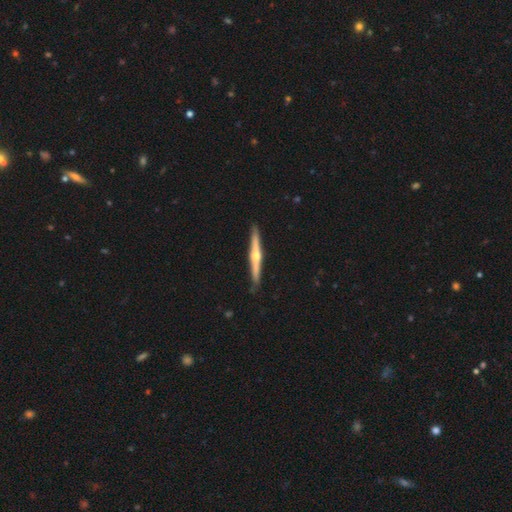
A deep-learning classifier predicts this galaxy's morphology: Smooth or featured?
  - featured or disk: 73% *
  - smooth: 23%
  - star or artifact: 5%
Edge-on disk?
  - yes: 98% *
  - no: 2%
Edge-on bulge?
  - rounded: 91% *
  - none: 6%
  - boxy: 3%
Merging?
  - none: 90% *
  - minor disturbance: 7%
  - major disturbance: 1%
  - merger: 1%